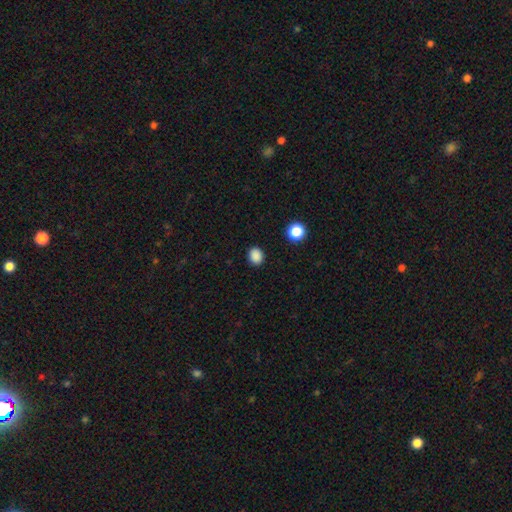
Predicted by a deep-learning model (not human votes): A smooth galaxy with no disk features (86%) that is round (64%).

Vote fractions:
- Smooth or featured? smooth: 86% / star or artifact: 11% / featured or disk: 3%
- How rounded? round: 64% / in between: 35% / cigar-shaped: 1%
- Merging? none: 89% / minor disturbance: 7% / major disturbance: 2% / merger: 1%